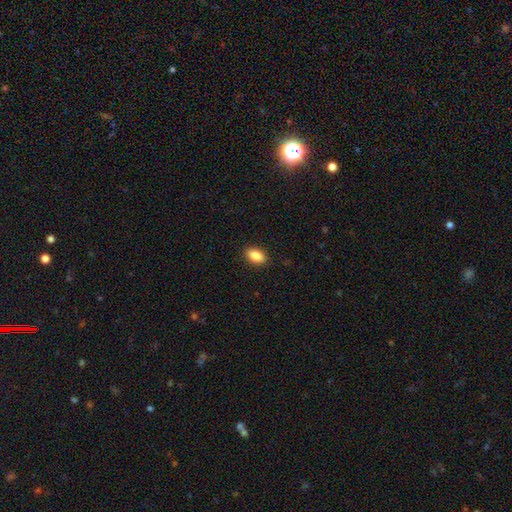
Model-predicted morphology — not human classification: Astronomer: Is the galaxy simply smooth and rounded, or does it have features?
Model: smooth — 87%.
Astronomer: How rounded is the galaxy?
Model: in between — 90%.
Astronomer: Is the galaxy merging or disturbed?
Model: none — 89%.